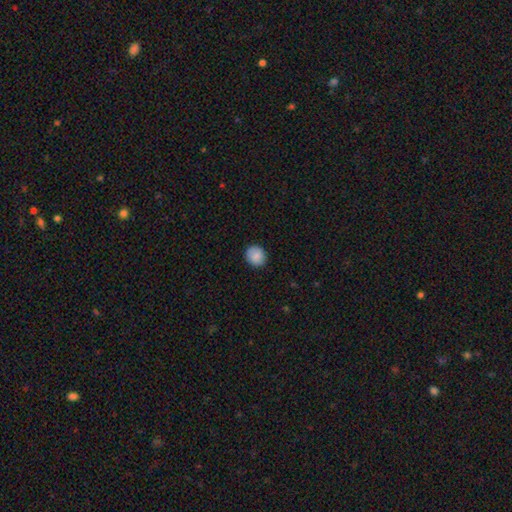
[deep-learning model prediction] Morphology: type=smooth (87%); roundness=round (84%); merging=none (87%).